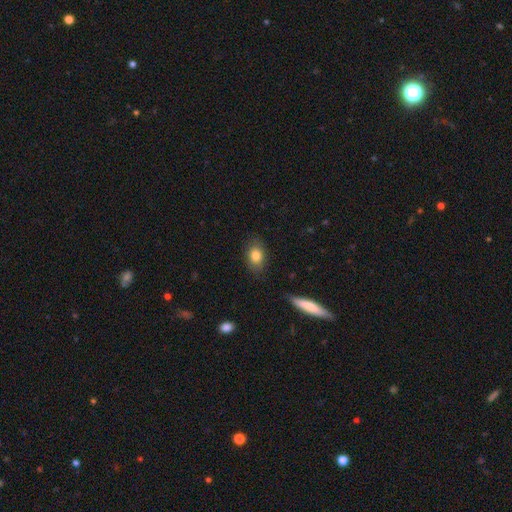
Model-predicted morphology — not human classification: smooth-or-featured: smooth: 82% | featured or disk: 10% | star or artifact: 8%
  how-rounded: in between: 77% | round: 21% | cigar-shaped: 2%
  merging: none: 82% | minor disturbance: 13% | major disturbance: 3% | merger: 1%